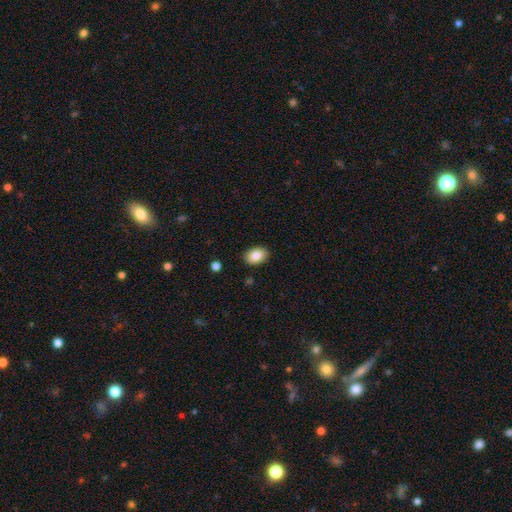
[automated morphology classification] A smooth galaxy with no disk features (84%) that is in between round and cigar-shaped (79%). Merging: none (89%).